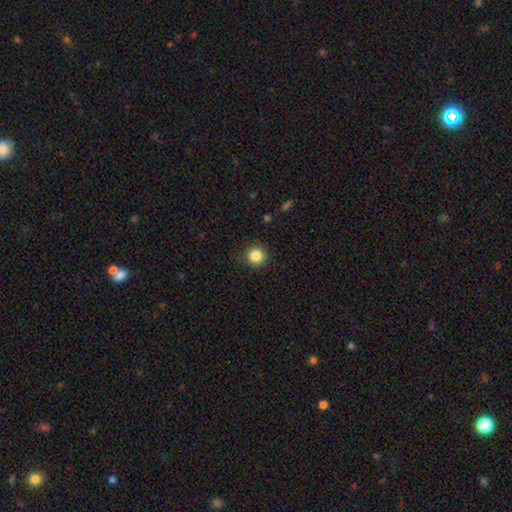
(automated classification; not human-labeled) The model was most divided on "smooth or featured": smooth: 84%, star or artifact: 11%, featured or disk: 5%. More confident: how rounded — round (94%); merging — none (88%).